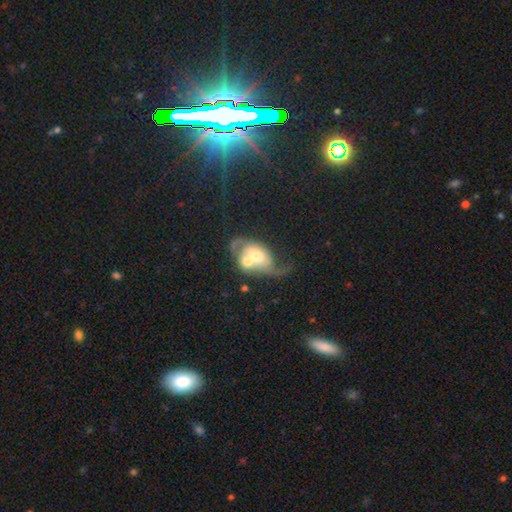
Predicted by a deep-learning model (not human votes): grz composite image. It shows a featured or disk galaxy (58%) with no bar (67%), spiral arms (68%) and a moderate central bulge (52%). Merging: merger (60%).